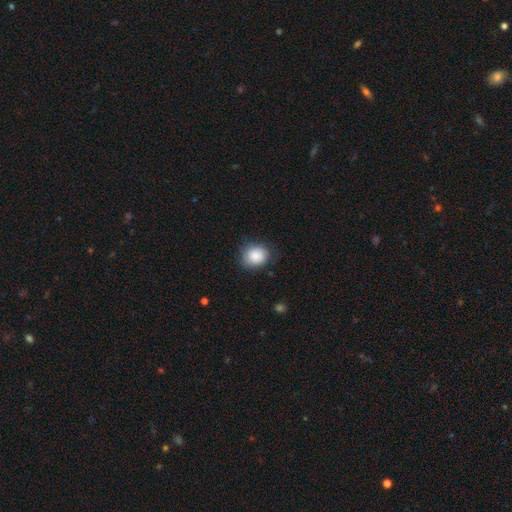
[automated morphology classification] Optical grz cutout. It shows a smooth galaxy with no disk features (84%) that is round (67%). Merging: none (74%).